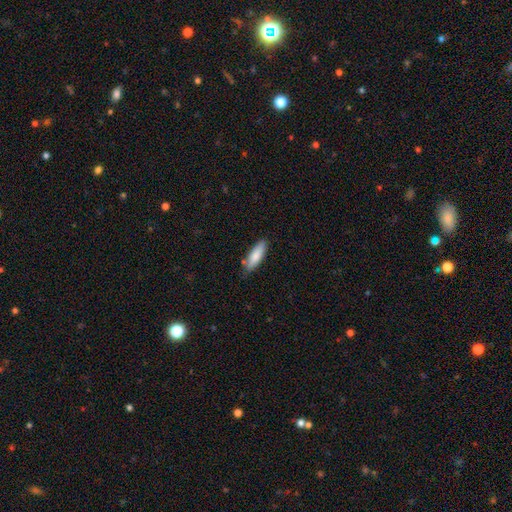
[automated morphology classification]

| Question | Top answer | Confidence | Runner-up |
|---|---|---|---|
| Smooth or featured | smooth | 83% | featured or disk (12%) |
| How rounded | in between | 51% | cigar-shaped (47%) |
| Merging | none | 80% | minor disturbance (15%) |